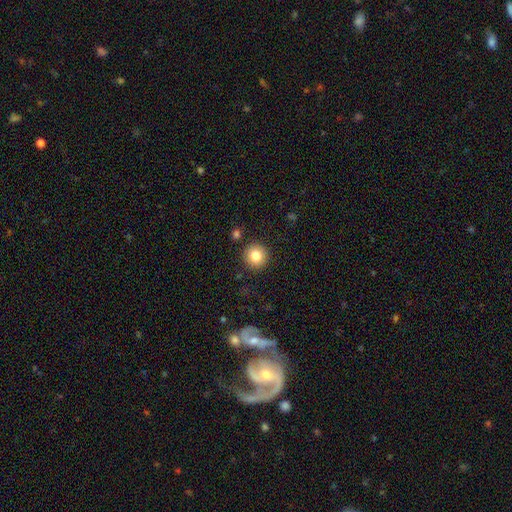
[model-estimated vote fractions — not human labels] Morphology: type=smooth (82%); roundness=round (94%); merging=none (90%).